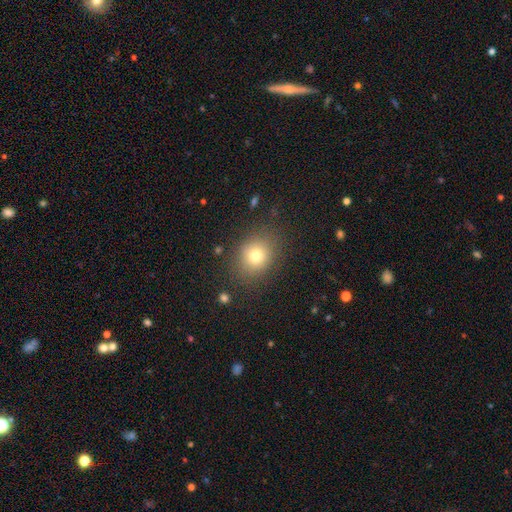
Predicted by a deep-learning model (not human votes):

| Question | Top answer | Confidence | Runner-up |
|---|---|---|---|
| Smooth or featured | smooth | 78% | star or artifact (12%) |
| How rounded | round | 59% | in between (40%) |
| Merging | none | 83% | minor disturbance (11%) |